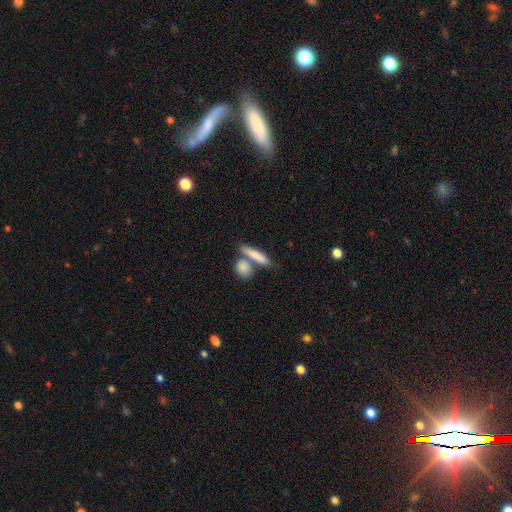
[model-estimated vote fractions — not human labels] Morphology: type=smooth (80%); roundness=cigar-shaped (57%); merging=none (55%).